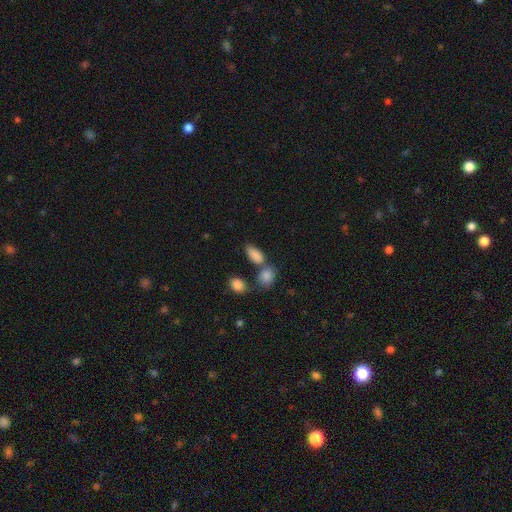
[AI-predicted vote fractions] smooth_or_featured: smooth (p=0.86) [alt: star or artifact p=0.08]
how_rounded: in between (p=0.87) [alt: round p=0.08]
merging: none (p=0.51) [alt: merger p=0.30]